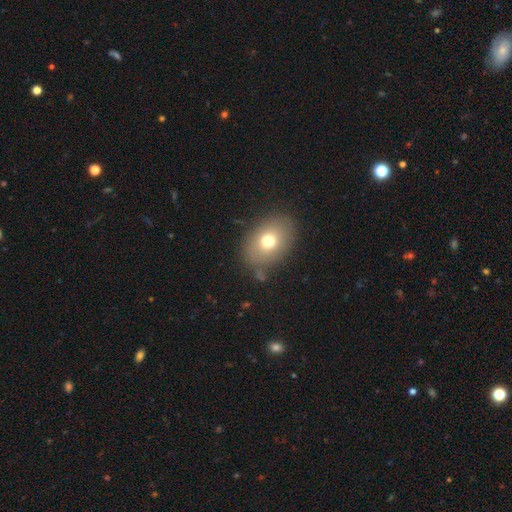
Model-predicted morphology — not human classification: Smooth or featured: smooth — 69% (star or artifact — 16%)
How rounded: in between — 67% (round — 32%)
Merging: none — 83% (minor disturbance — 11%)